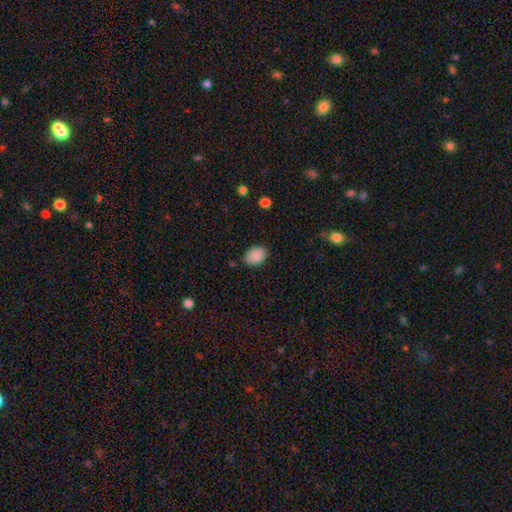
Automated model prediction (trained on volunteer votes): Morphology: type=smooth (89%); roundness=in between (67%); merging=none (84%).